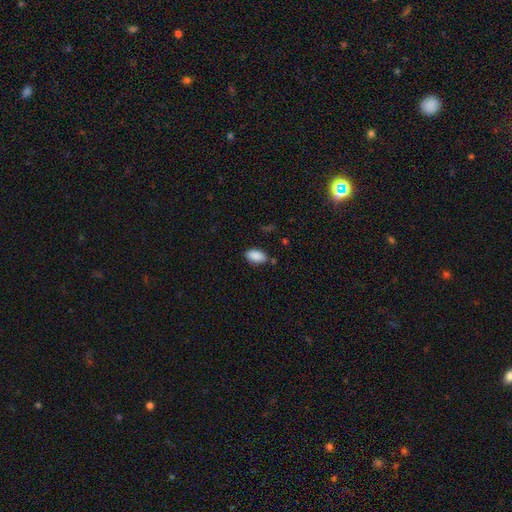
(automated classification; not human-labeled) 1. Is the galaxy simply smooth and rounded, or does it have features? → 89% smooth, 7% star or artifact, 4% featured or disk.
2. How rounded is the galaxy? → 94% in between, 3% round, 3% cigar-shaped.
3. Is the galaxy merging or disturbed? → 79% none, 14% minor disturbance, 4% merger, 3% major disturbance.